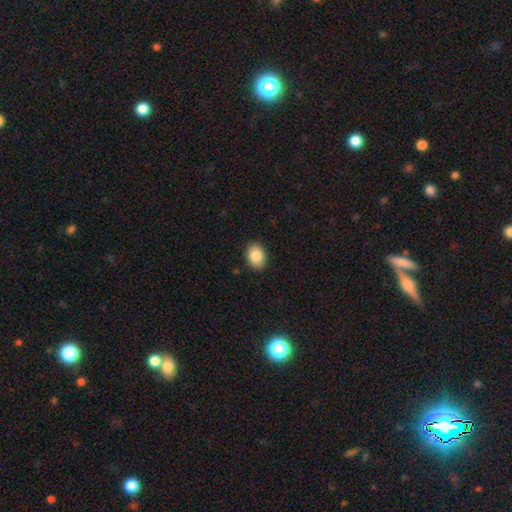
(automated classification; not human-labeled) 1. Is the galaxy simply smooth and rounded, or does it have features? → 86% smooth, 8% star or artifact, 6% featured or disk.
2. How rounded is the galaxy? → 74% in between, 25% round, 1% cigar-shaped.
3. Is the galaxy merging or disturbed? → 89% none, 8% minor disturbance, 2% major disturbance, 1% merger.